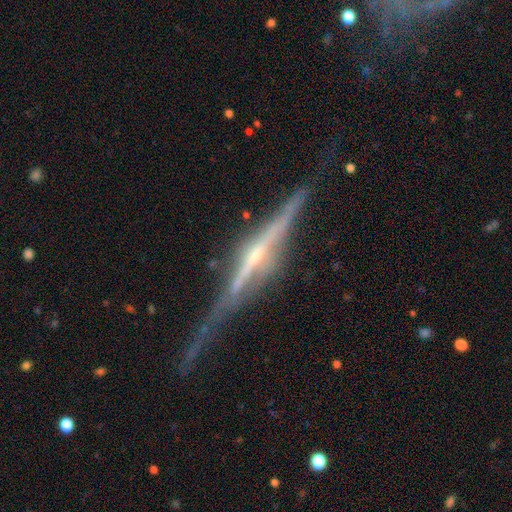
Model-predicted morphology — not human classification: A featured or disk galaxy (88%) viewed edge-on (97%) with a rounded central bulge (69%). Merging: none (71%).